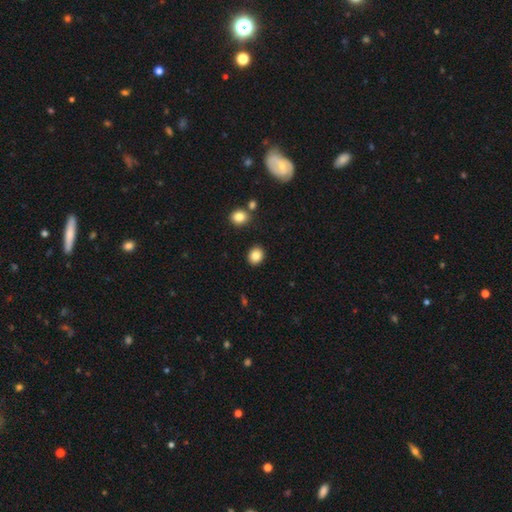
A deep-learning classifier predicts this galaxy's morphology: Smooth or featured: smooth — 85% (star or artifact — 9%)
How rounded: round — 65% (in between — 34%)
Merging: none — 89% (minor disturbance — 6%)